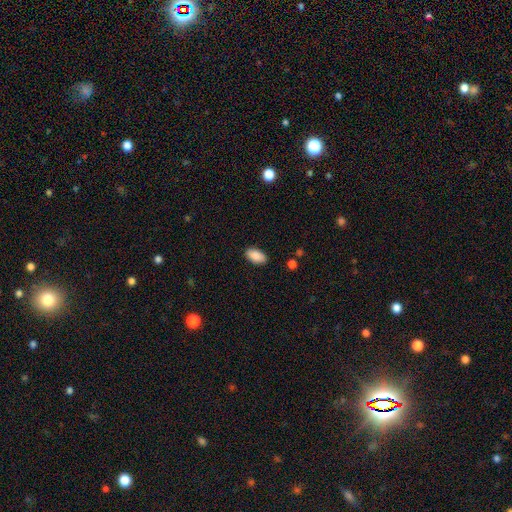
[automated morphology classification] smooth-or-featured: smooth: 89% | star or artifact: 7% | featured or disk: 4%
  how-rounded: in between: 94% | round: 3% | cigar-shaped: 2%
  merging: none: 88% | minor disturbance: 9% | major disturbance: 2% | merger: 1%